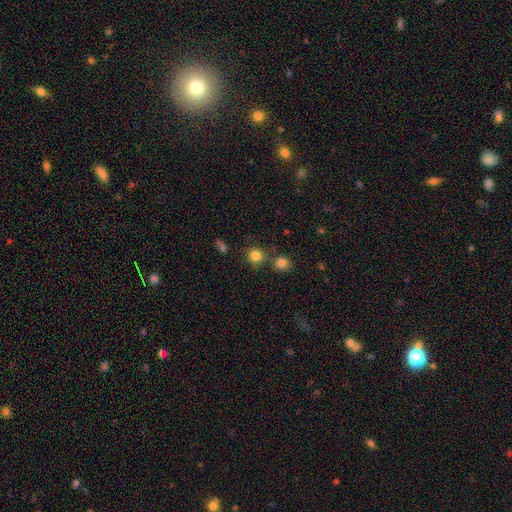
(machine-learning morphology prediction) Smooth or featured? Predicted: smooth (p=0.83). How rounded? Predicted: round (p=0.89). Merging? Predicted: none (p=0.71).